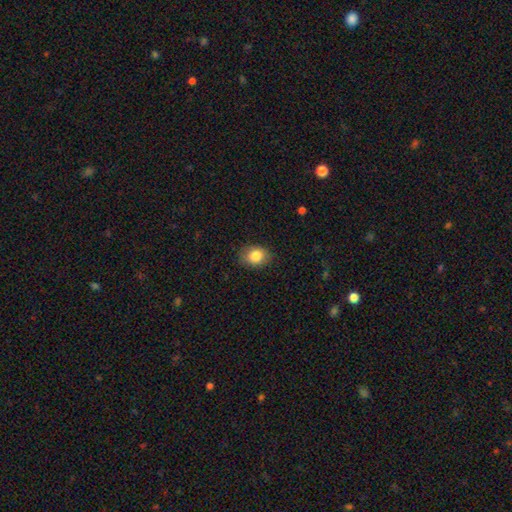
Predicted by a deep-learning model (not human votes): This appears to be a smooth galaxy with no disk features (85%) that is in between round and cigar-shaped (64%). Merging: none (85%).